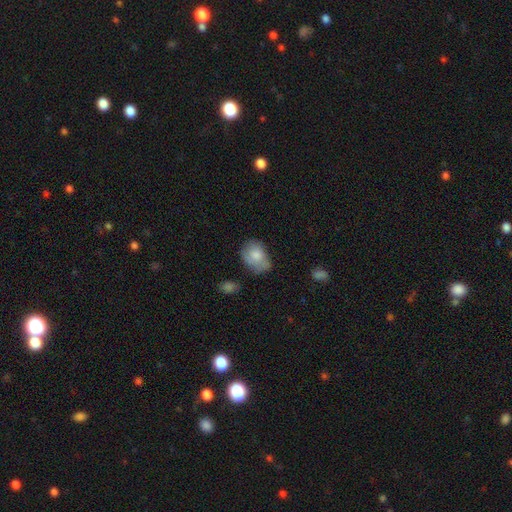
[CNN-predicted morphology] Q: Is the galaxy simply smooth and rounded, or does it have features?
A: smooth — 75%.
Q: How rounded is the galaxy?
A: in between — 68%.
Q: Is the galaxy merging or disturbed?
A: none — 47%.